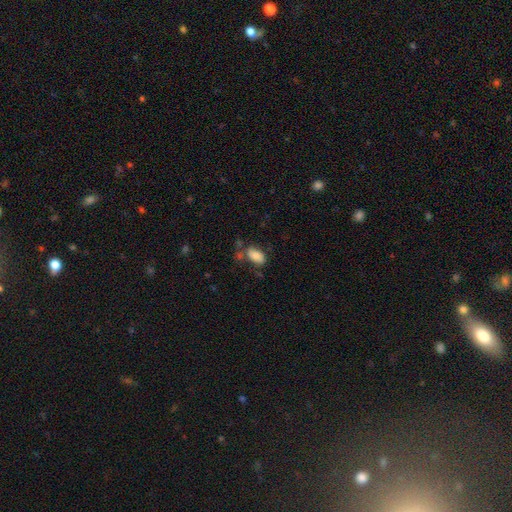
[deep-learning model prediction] smooth_or_featured: smooth (p=0.82) [alt: featured or disk p=0.10]
how_rounded: in between (p=0.93) [alt: round p=0.04]
merging: none (p=0.53) [alt: minor disturbance p=0.23]